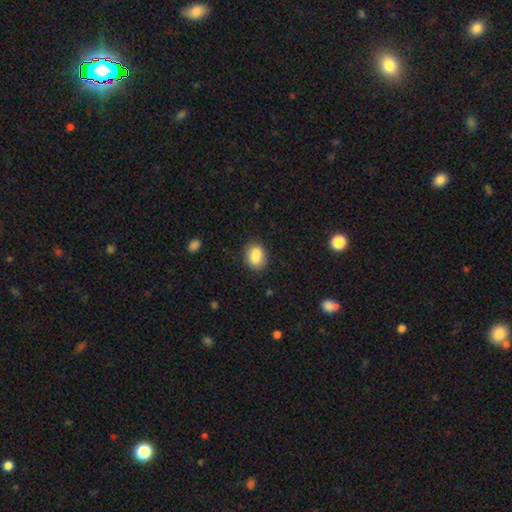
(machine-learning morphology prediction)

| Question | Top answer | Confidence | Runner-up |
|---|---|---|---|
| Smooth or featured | smooth | 77% | featured or disk (14%) |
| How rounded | in between | 54% | round (44%) |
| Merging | none | 54% | merger (28%) |